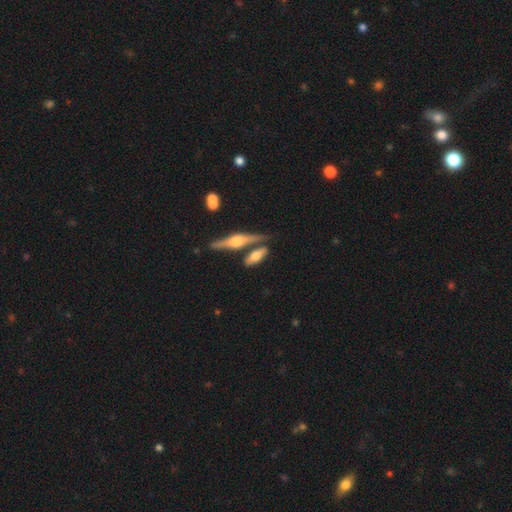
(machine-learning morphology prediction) A smooth galaxy with no disk features (48%).

Vote fractions:
- Smooth or featured? smooth: 48% / featured or disk: 46% / star or artifact: 6%
- Merging? none: 64% / merger: 19% / minor disturbance: 13% / major disturbance: 4%